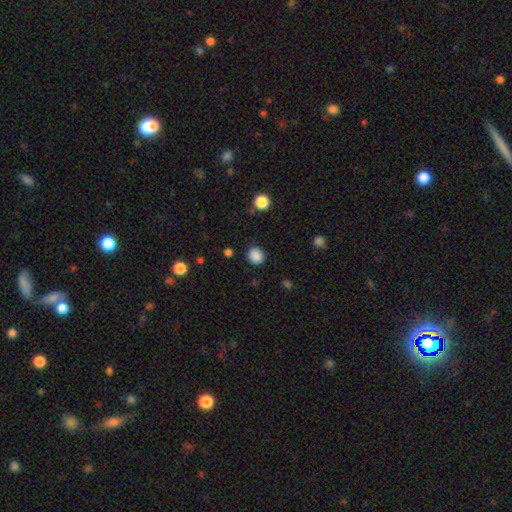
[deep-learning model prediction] Smooth or featured: smooth — 87% (star or artifact — 11%)
How rounded: round — 74% (in between — 25%)
Merging: none — 84% (minor disturbance — 11%)